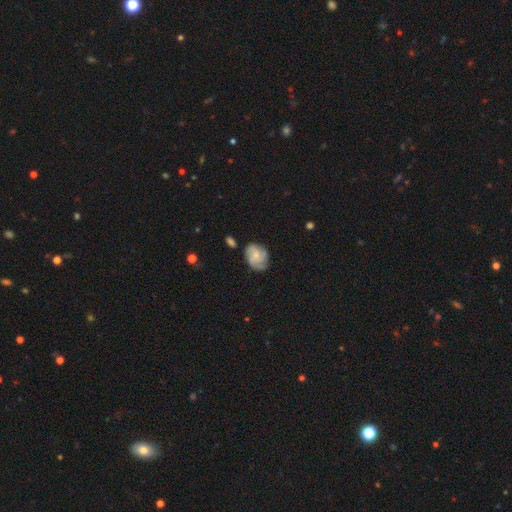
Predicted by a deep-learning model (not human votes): The model was most divided on "spiral winding": tight: 46%, medium: 39%, loose: 15%. Remaining: edge-on disk — no (98%); spiral arms — yes (89%); bar — no (72%); merging — none (65%); bulge size — small (58%); smooth or featured — featured or disk (58%); spiral arm count — 3 (38%).